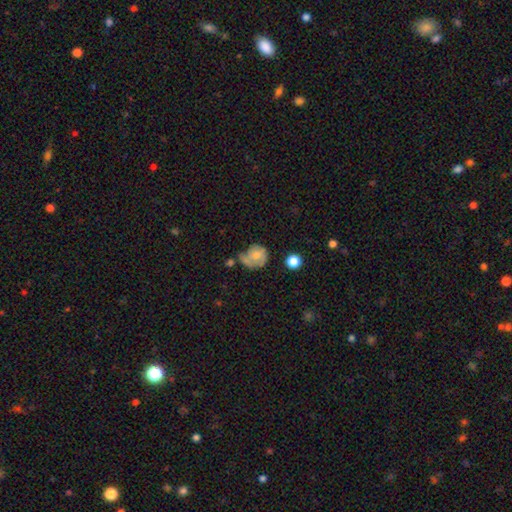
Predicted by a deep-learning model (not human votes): smooth 57%, featured or disk 35%, star or artifact 9%. Down the decision tree: how rounded — round (74%); merging — none (35%).